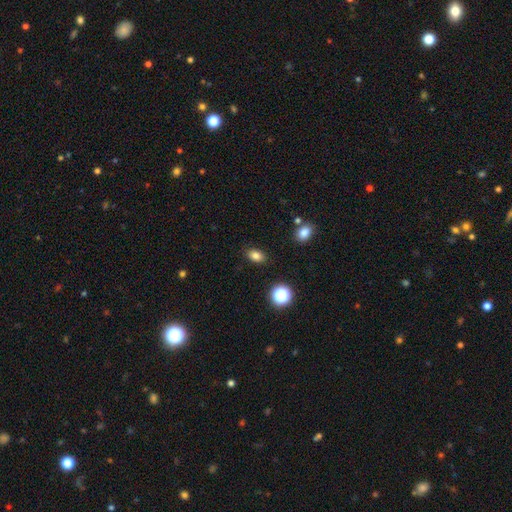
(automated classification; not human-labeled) This is clearly a smooth galaxy (81%). How rounded: clearly in between (81%). Merging: clearly none (87%).